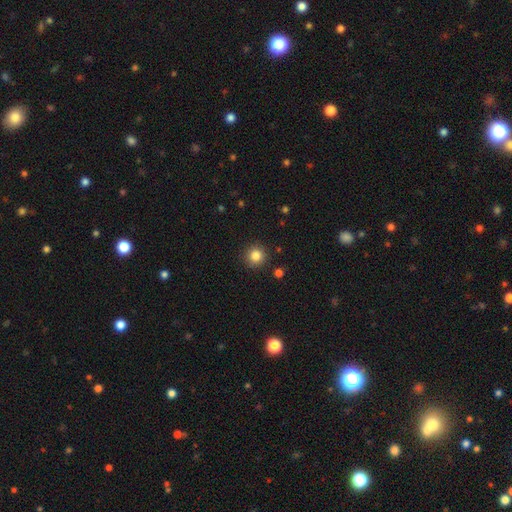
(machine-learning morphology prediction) Overall: smooth (84%). How rounded: round (95%). Merging: none (90%).